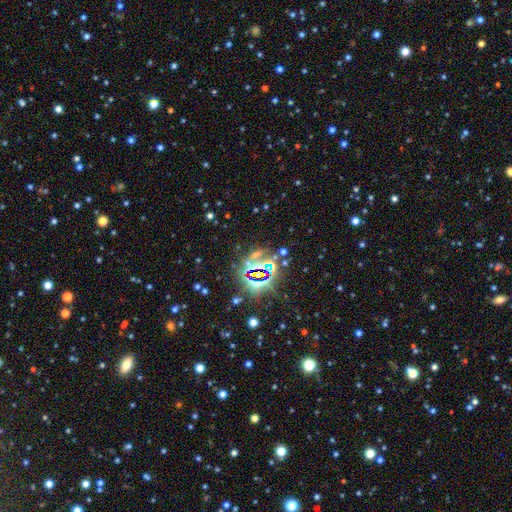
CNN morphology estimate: smooth_or_featured: star or artifact (p=0.79) [alt: smooth p=0.11]